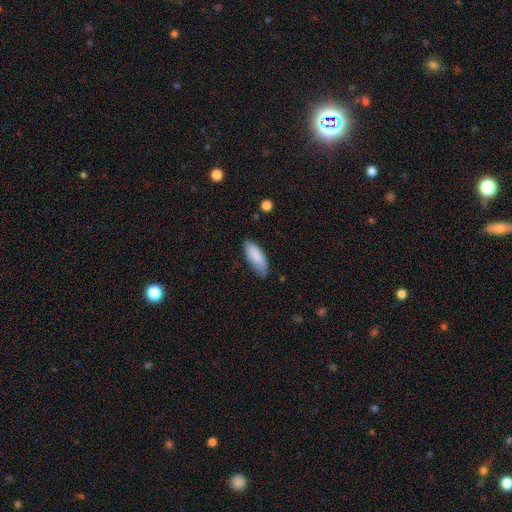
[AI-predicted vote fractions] smooth 86%, featured or disk 8%, star or artifact 6%. Down the decision tree: how rounded — in between (72%); merging — none (78%).